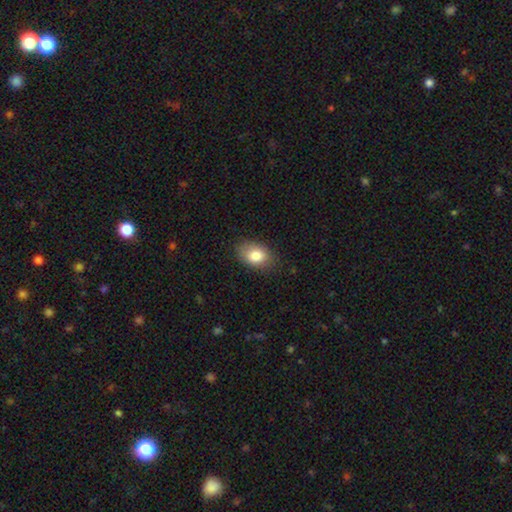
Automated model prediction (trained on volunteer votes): Smooth or featured?
  - smooth: 83% *
  - featured or disk: 9%
  - star or artifact: 8%
How rounded?
  - in between: 82% *
  - round: 17%
  - cigar-shaped: 1%
Merging?
  - none: 80% *
  - minor disturbance: 15%
  - major disturbance: 3%
  - merger: 1%